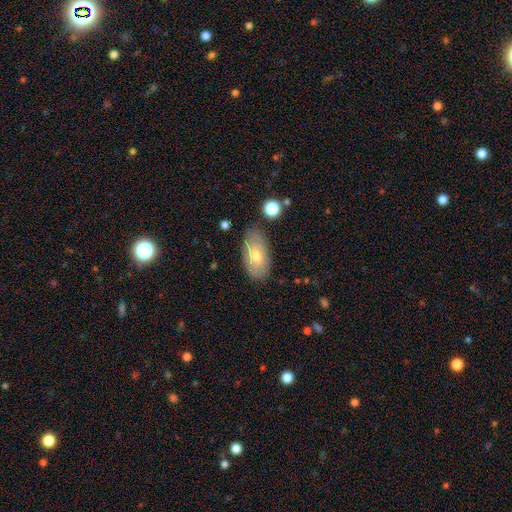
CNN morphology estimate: Smooth or featured? Predicted: smooth (p=0.60). How rounded? Predicted: in between (p=0.93). Merging? Predicted: none (p=0.77).